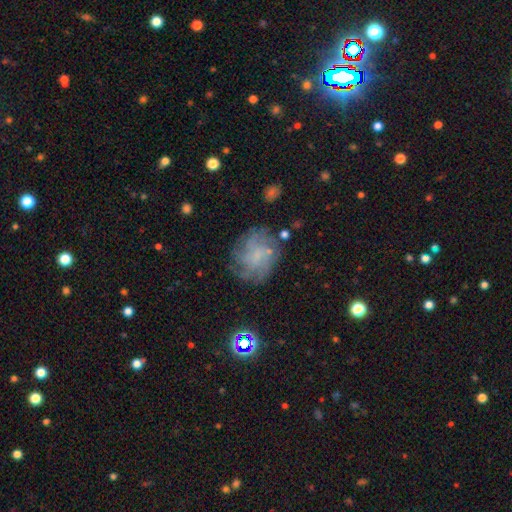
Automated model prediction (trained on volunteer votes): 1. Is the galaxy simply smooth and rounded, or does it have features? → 57% featured or disk, 29% smooth, 14% star or artifact.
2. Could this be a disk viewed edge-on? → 97% no, 3% yes.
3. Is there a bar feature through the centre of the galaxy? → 73% no, 23% weak, 4% strong.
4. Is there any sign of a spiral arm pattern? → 78% yes, 22% no.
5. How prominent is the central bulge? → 50% none, 30% small, 15% moderate, 4% large, 1% dominant.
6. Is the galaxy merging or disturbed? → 68% none, 19% minor disturbance, 11% major disturbance, 3% merger.